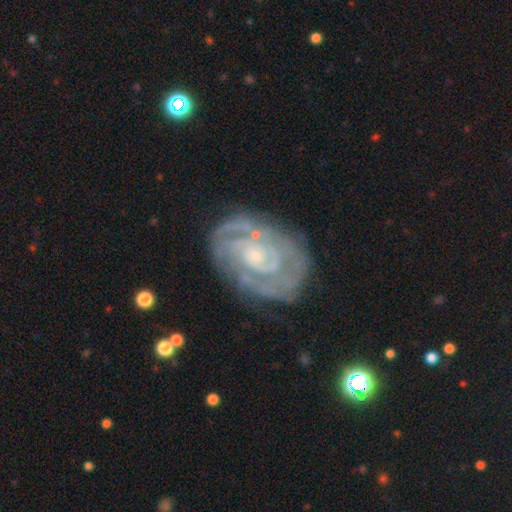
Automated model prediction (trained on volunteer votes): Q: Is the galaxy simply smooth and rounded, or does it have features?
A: featured or disk — 88%.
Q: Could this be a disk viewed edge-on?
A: no — 97%.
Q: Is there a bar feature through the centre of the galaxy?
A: no — 67%.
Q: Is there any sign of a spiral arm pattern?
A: yes — 96%.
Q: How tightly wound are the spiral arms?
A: tight — 73%.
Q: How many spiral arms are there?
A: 2 — 47%.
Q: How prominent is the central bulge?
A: small — 71%.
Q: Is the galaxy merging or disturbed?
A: none — 76%.